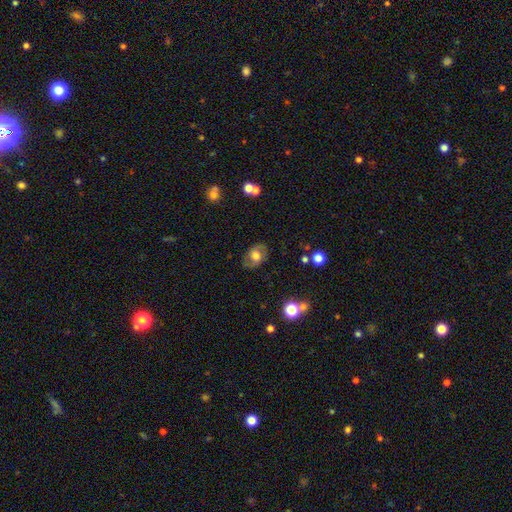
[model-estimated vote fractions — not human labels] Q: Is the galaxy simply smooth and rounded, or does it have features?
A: featured or disk — 46%.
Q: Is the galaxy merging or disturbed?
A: none — 78%.